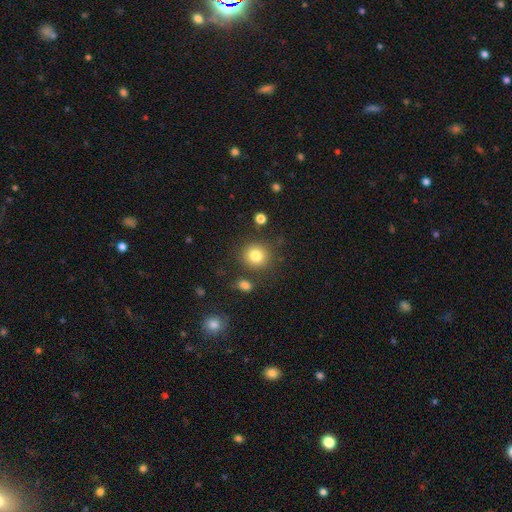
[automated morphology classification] A smooth galaxy with no disk features (83%) that is round (90%).

Vote fractions:
- Smooth or featured? smooth: 83% / star or artifact: 10% / featured or disk: 7%
- How rounded? round: 90% / in between: 10% / cigar-shaped: 1%
- Merging? none: 84% / minor disturbance: 8% / merger: 5% / major disturbance: 3%